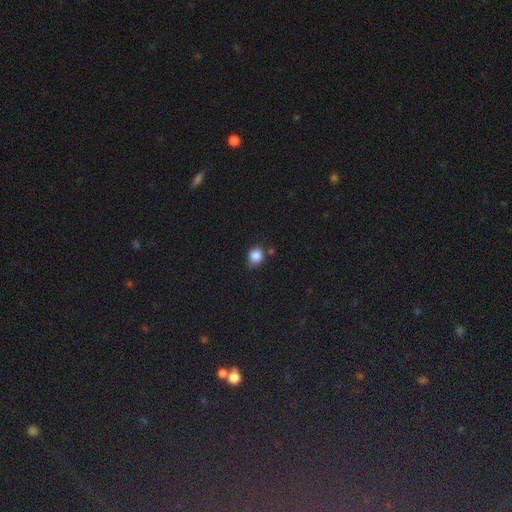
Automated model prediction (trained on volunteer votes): Q: Smooth or featured?
A: smooth (85%); runner-up: star or artifact (11%)
Q: How rounded?
A: round (70%); runner-up: in between (29%)
Q: Merging?
A: none (68%); runner-up: minor disturbance (21%)